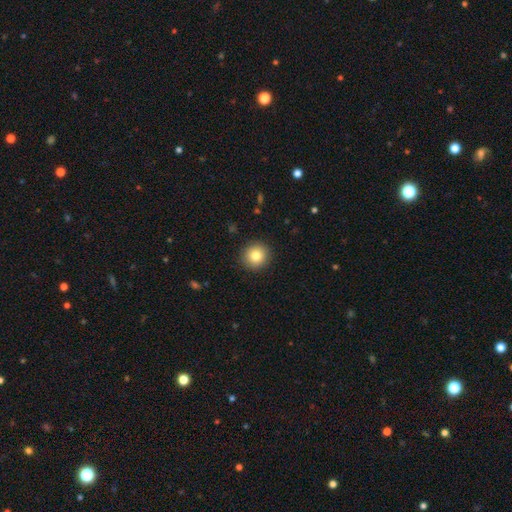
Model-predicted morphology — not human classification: The model was most divided on "smooth or featured": smooth: 82%, star or artifact: 9%, featured or disk: 9%. More confident: how rounded — round (92%); merging — none (91%).